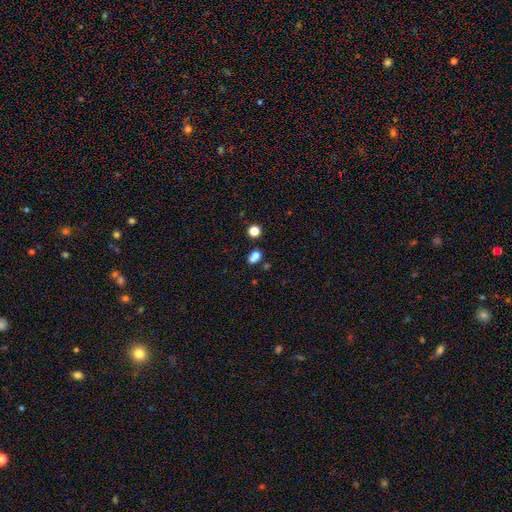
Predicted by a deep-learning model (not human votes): Smooth or featured? Predicted: smooth (p=0.74). How rounded? Predicted: in between (p=0.53). Merging? Predicted: none (p=0.48).